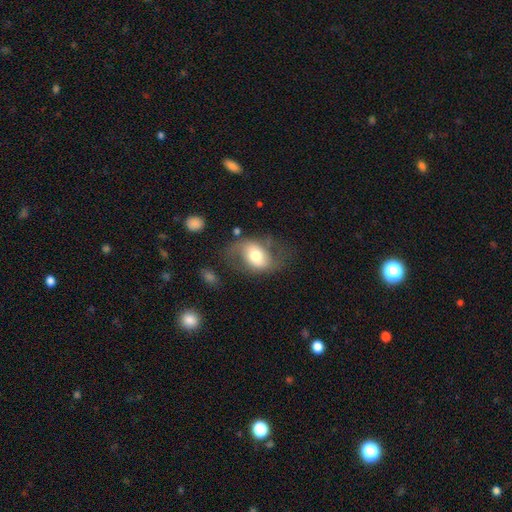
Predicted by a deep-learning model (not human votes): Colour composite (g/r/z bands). It shows a featured or disk galaxy (50%). Merging: none (51%).